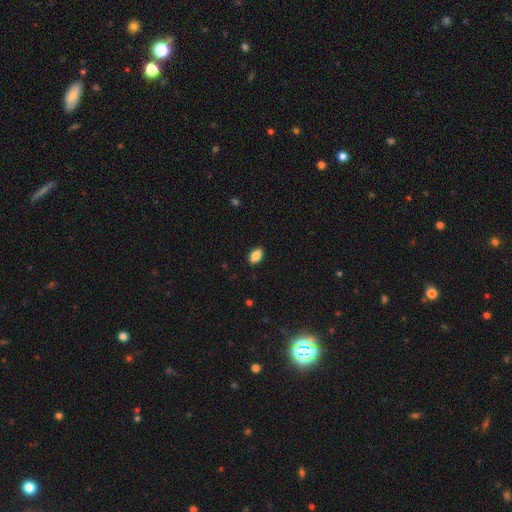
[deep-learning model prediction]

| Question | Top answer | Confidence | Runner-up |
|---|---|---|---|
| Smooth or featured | smooth | 86% | star or artifact (8%) |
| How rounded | in between | 91% | round (7%) |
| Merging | none | 89% | minor disturbance (8%) |